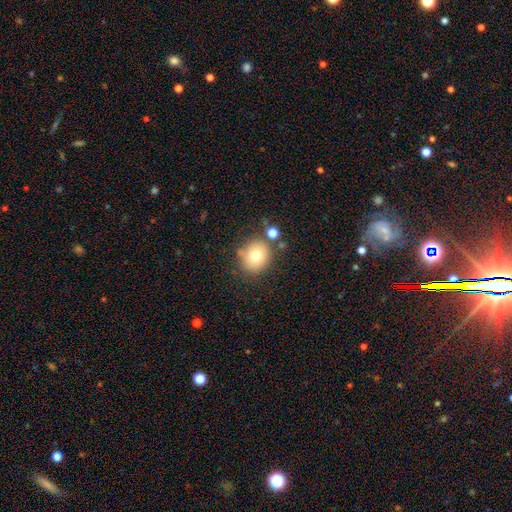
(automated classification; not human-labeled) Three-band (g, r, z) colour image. It shows a smooth galaxy with no disk features (75%) that is round (81%). Merging: none (73%).